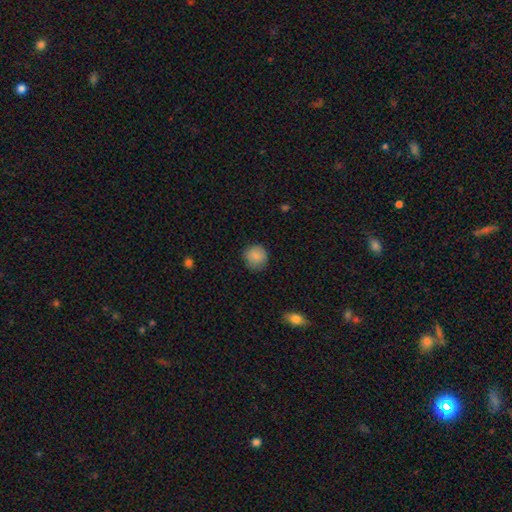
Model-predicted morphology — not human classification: Smooth or featured? Predicted: smooth (p=0.86). How rounded? Predicted: round (p=0.91). Merging? Predicted: none (p=0.84).